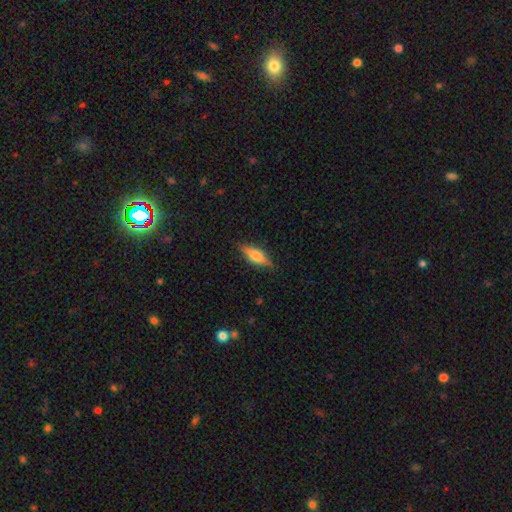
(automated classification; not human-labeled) Morphology: type=smooth (50%); roundness=in between (56%); merging=none (84%).